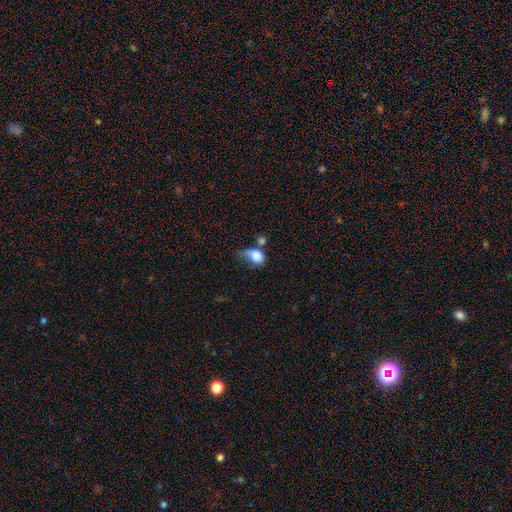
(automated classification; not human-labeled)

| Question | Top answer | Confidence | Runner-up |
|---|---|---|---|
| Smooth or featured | smooth | 78% | featured or disk (13%) |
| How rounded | in between | 59% | round (39%) |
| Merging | minor disturbance | 28% | none (25%) |